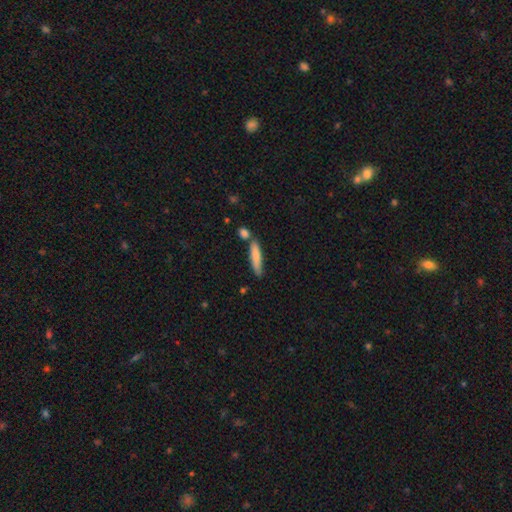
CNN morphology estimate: A smooth galaxy with no disk features (79%) that is cigar-shaped (83%).

Vote fractions:
- Smooth or featured? smooth: 79% / featured or disk: 15% / star or artifact: 6%
- How rounded? cigar-shaped: 83% / in between: 15% / round: 2%
- Merging? none: 69% / minor disturbance: 15% / merger: 13% / major disturbance: 3%